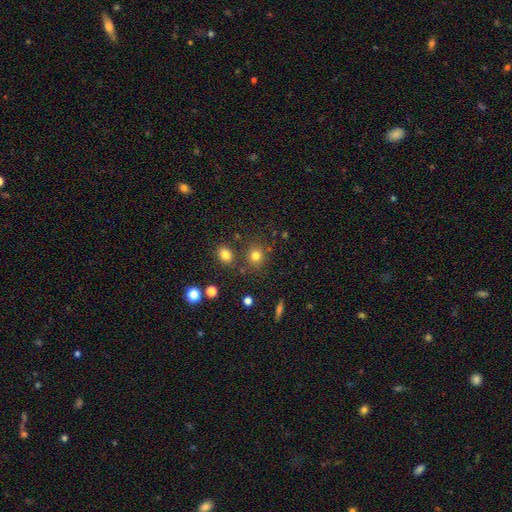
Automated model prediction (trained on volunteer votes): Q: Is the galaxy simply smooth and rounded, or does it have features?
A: smooth — 78%.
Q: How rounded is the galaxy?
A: round — 81%.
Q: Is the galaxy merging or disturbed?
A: none — 77%.